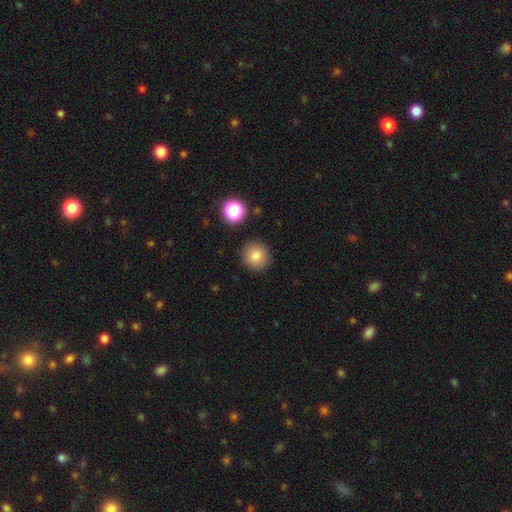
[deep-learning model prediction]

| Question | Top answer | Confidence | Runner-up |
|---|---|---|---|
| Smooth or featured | smooth | 81% | star or artifact (11%) |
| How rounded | round | 93% | in between (6%) |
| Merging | none | 89% | minor disturbance (6%) |